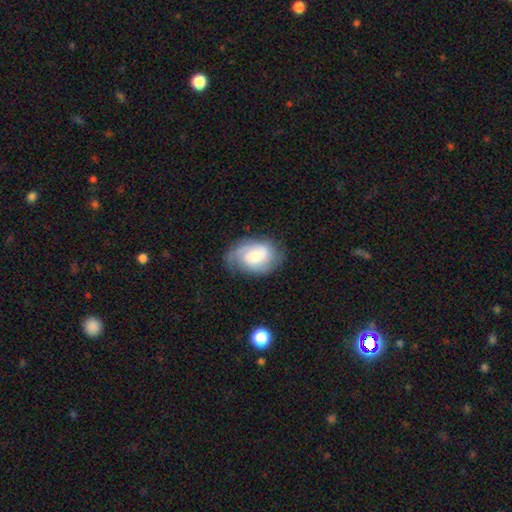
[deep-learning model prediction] Overall: featured or disk (61%; smooth 31%). Edge-on disk: no (97%). Bar: no (62%; weak 32%). Spiral arms: yes (92%). Spiral arm count: 2 (46%; can't tell 21%). Spiral winding: medium (43%; tight 41%). Bulge size: moderate (32%; small 27%). Merging: none (69%).